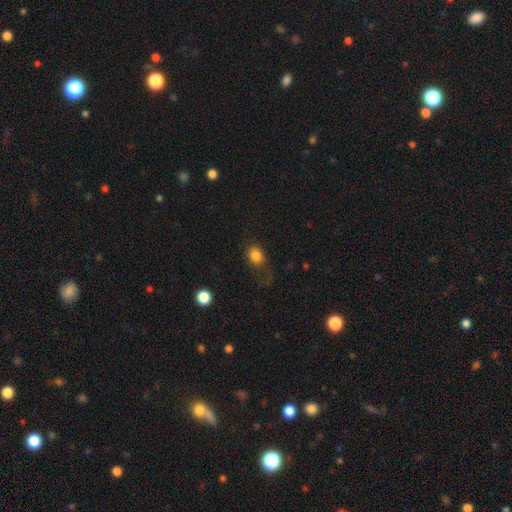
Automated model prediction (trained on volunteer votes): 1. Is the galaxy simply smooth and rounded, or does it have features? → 83% smooth, 11% star or artifact, 6% featured or disk.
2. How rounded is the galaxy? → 53% in between, 46% round, 1% cigar-shaped.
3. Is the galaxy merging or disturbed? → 61% none, 22% minor disturbance, 16% major disturbance, 2% merger.